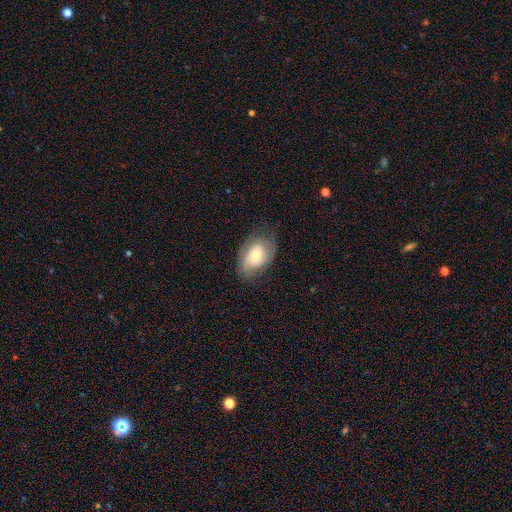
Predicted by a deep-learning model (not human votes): This is possibly a featured or disk galaxy (48%). Merging: likely none (66%).